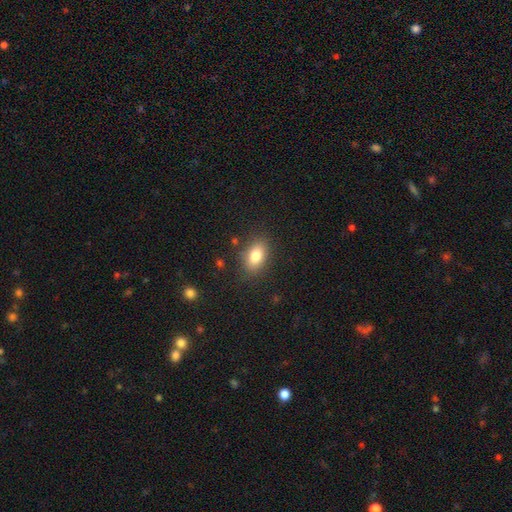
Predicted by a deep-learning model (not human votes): Smooth or featured? Predicted: smooth (p=0.80). How rounded? Predicted: in between (p=0.84). Merging? Predicted: none (p=0.84).